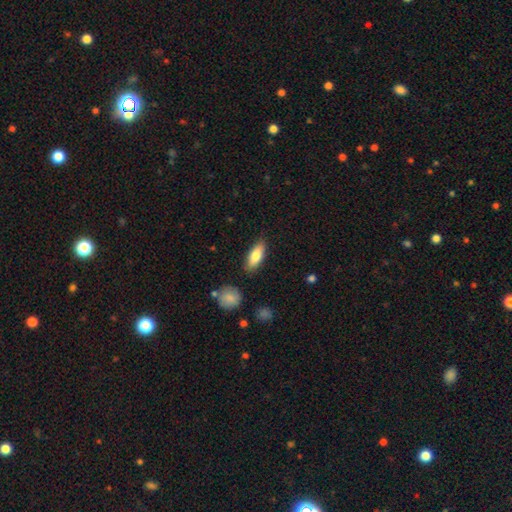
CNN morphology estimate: Q: Smooth or featured?
A: smooth (78%); runner-up: featured or disk (16%)
Q: How rounded?
A: in between (71%); runner-up: cigar-shaped (27%)
Q: Merging?
A: none (84%); runner-up: minor disturbance (11%)